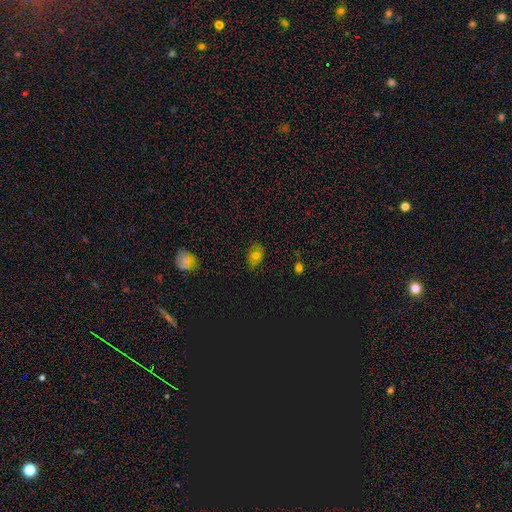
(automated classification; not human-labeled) A smooth galaxy with no disk features (62%) that is in between round and cigar-shaped (67%).

Vote fractions:
- Smooth or featured? smooth: 62% / star or artifact: 24% / featured or disk: 14%
- How rounded? in between: 67% / round: 32% / cigar-shaped: 2%
- Merging? none: 77% / minor disturbance: 18% / major disturbance: 4% / merger: 2%